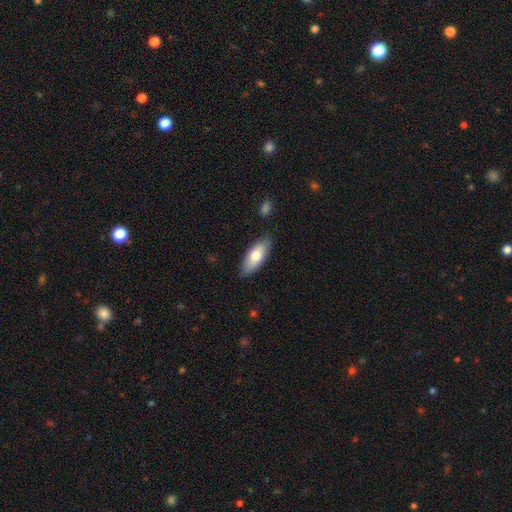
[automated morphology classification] A smooth galaxy with no disk features (69%) that is in between round and cigar-shaped (76%).

Vote fractions:
- Smooth or featured? smooth: 69% / featured or disk: 25% / star or artifact: 6%
- How rounded? in between: 76% / cigar-shaped: 22% / round: 2%
- Merging? none: 81% / minor disturbance: 15% / major disturbance: 2% / merger: 2%